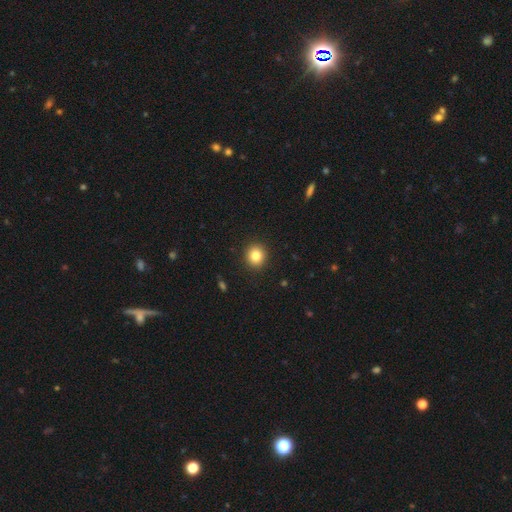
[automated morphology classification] This is clearly a smooth galaxy (83%). How rounded: clearly round (90%). Merging: clearly none (92%).